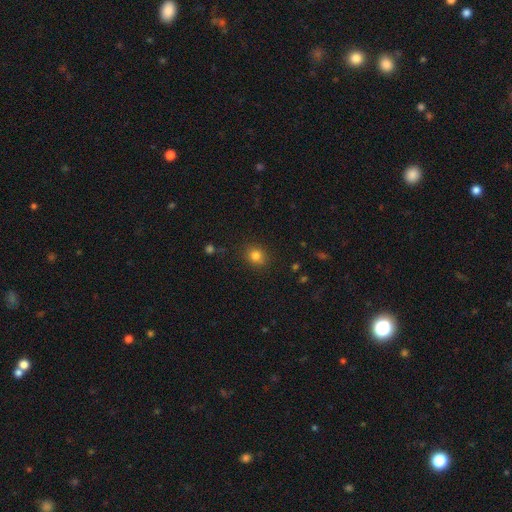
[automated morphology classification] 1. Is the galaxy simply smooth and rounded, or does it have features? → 81% smooth, 13% star or artifact, 6% featured or disk.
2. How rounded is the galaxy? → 77% round, 22% in between, 1% cigar-shaped.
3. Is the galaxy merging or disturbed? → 86% none, 10% minor disturbance, 3% major disturbance, 2% merger.